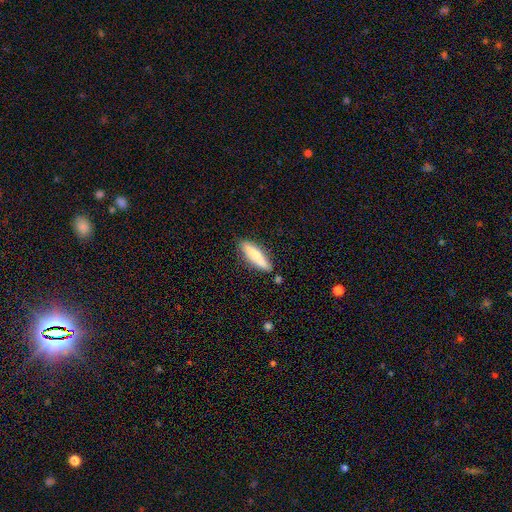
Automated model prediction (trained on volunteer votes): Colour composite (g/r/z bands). It shows a smooth galaxy with no disk features (80%) that is cigar-shaped (70%). Merging: none (80%).